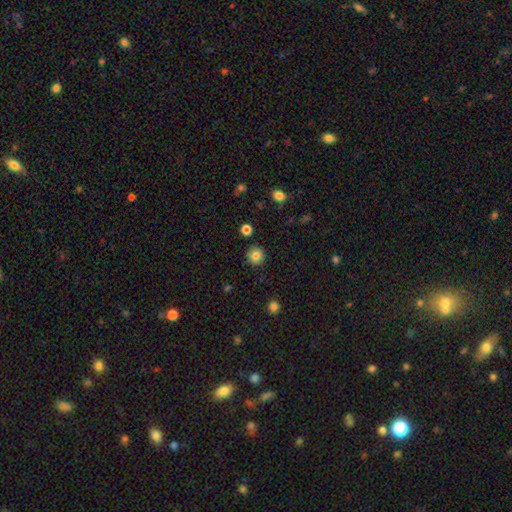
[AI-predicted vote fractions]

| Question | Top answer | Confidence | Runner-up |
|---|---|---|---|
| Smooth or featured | smooth | 83% | star or artifact (11%) |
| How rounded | round | 92% | in between (7%) |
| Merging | none | 89% | minor disturbance (7%) |